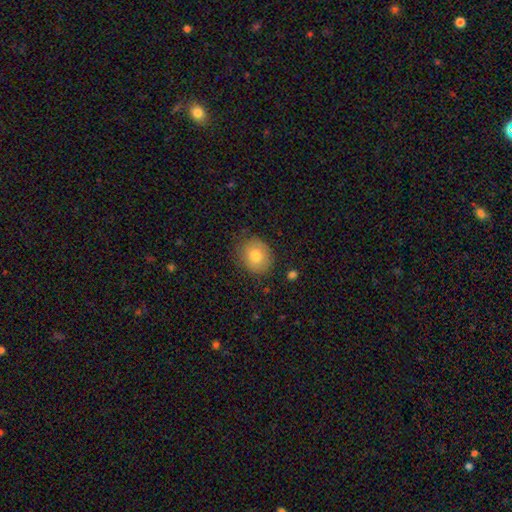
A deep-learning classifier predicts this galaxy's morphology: smooth_or_featured: smooth (p=0.78) [alt: featured or disk p=0.13]
how_rounded: round (p=0.68) [alt: in between p=0.31]
merging: none (p=0.80) [alt: minor disturbance p=0.15]